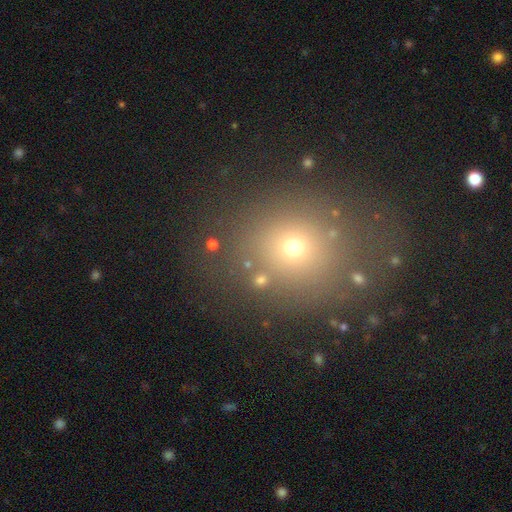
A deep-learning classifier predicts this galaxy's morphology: A smooth galaxy with no disk features (61%) that is round (72%). Merging: none (81%).